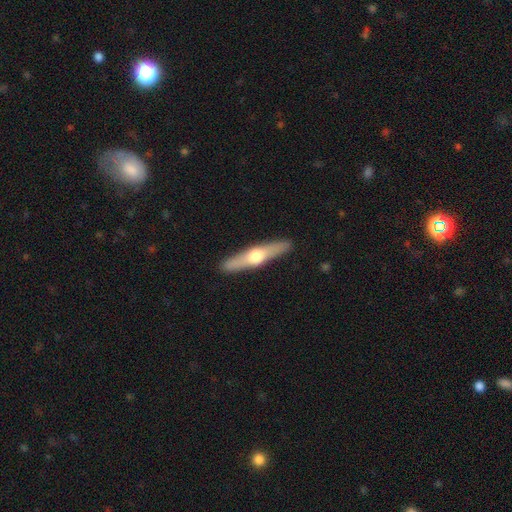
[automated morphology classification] Smooth or featured? featured or disk (60%)
Edge-on disk? yes (94%)
Edge-on bulge? rounded (94%)
Merging? none (91%)